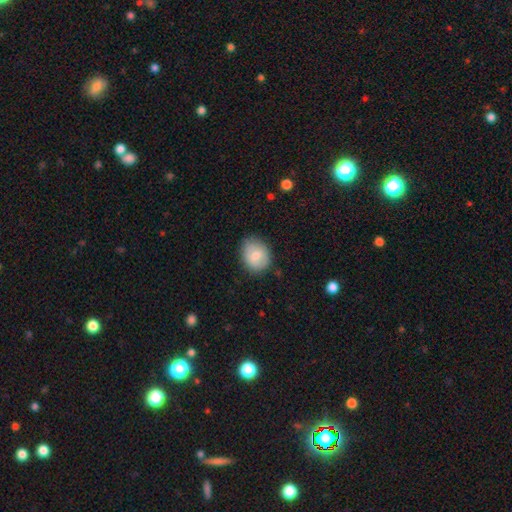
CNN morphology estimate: The model was most divided on "how rounded": round: 57%, in between: 42%, cigar-shaped: 1%. More confident: merging — none (78%); smooth or featured — smooth (75%).